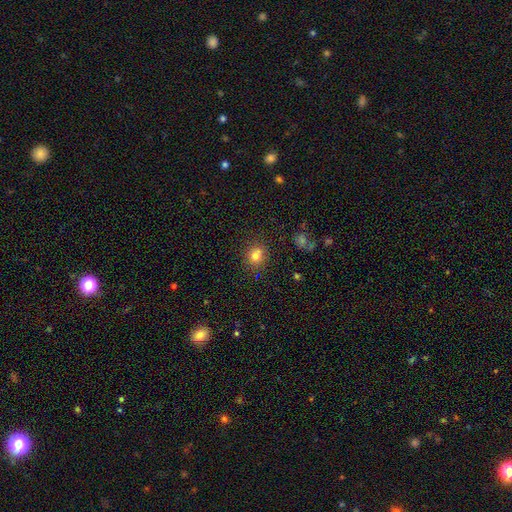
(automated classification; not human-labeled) Smooth or featured: smooth — 77% (star or artifact — 15%)
How rounded: round — 73% (in between — 25%)
Merging: none — 69% (minor disturbance — 14%)